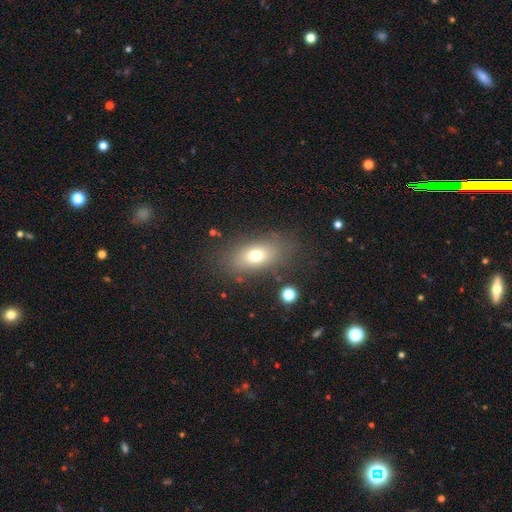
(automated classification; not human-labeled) smooth-or-featured: smooth: 70% | featured or disk: 17% | star or artifact: 13%
  how-rounded: in between: 81% | round: 14% | cigar-shaped: 4%
  merging: none: 76% | minor disturbance: 13% | major disturbance: 8% | merger: 3%